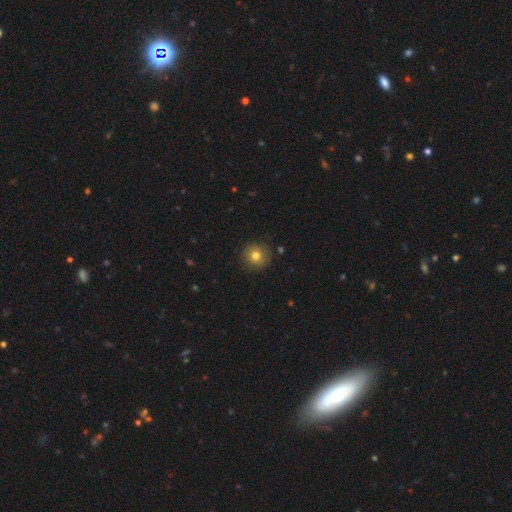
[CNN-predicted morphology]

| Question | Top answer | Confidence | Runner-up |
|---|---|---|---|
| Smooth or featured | smooth | 79% | star or artifact (12%) |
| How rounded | round | 95% | in between (5%) |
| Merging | none | 90% | minor disturbance (7%) |